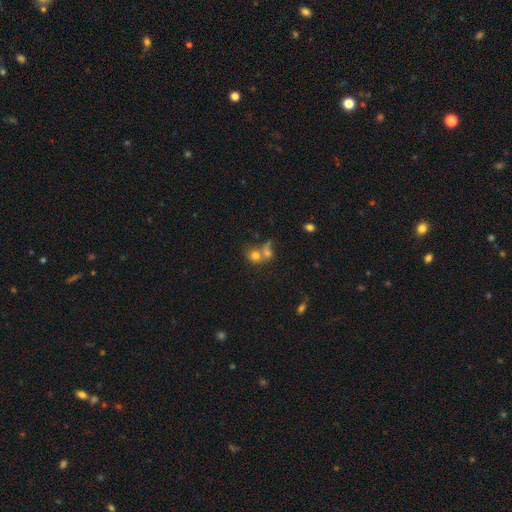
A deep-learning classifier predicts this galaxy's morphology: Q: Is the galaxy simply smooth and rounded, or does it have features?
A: smooth — 72%.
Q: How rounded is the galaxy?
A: round — 73%.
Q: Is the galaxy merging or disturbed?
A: merger — 56%.